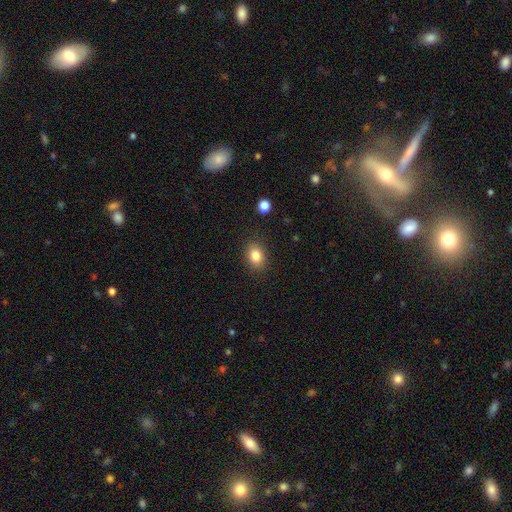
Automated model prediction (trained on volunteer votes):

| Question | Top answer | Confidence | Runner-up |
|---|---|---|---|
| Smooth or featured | smooth | 84% | star or artifact (10%) |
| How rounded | in between | 69% | round (30%) |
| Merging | none | 87% | minor disturbance (9%) |